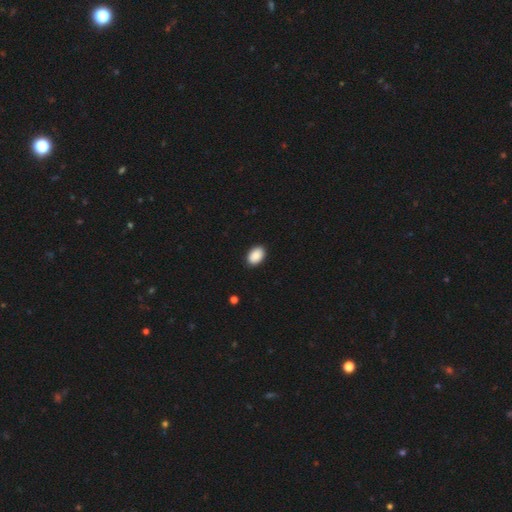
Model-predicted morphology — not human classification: type=smooth (91%); roundness=in between (87%); merging=none (90%).